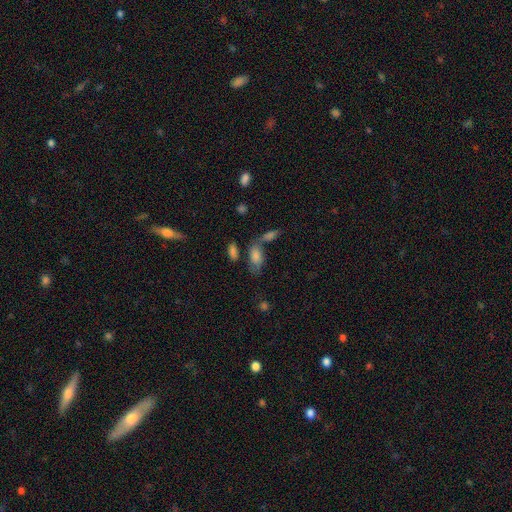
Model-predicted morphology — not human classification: Smooth or featured? Predicted: smooth (p=0.69). How rounded? Predicted: in between (p=0.86). Merging? Predicted: none (p=0.47).